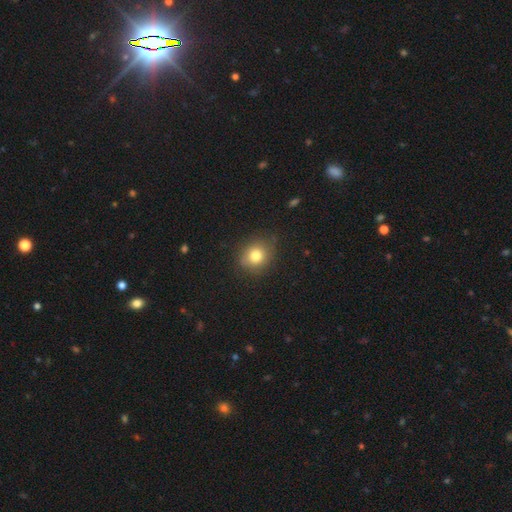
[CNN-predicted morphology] Q: Smooth or featured?
A: smooth (80%); runner-up: star or artifact (11%)
Q: How rounded?
A: round (74%); runner-up: in between (25%)
Q: Merging?
A: none (80%); runner-up: minor disturbance (15%)